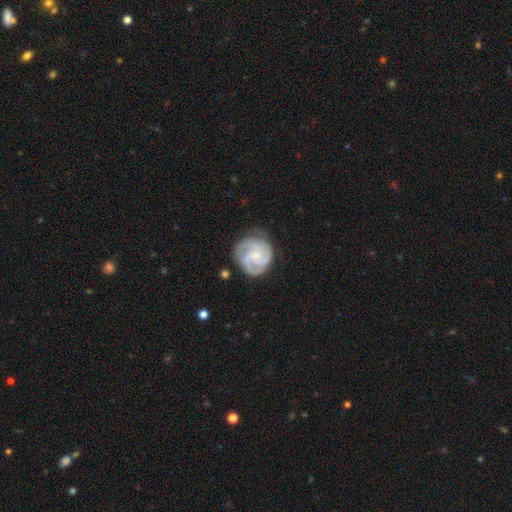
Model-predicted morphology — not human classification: Smooth or featured: featured or disk — 88% (smooth — 8%)
Edge-on disk: no — 98% (yes — 2%)
Bar: no — 64% (weak — 30%)
Spiral arms: yes — 98% (no — 2%)
Spiral winding: tight — 62% (medium — 34%)
Spiral arm count: 3 — 65% (2 — 15%)
Bulge size: small — 66% (moderate — 25%)
Merging: none — 74% (minor disturbance — 18%)